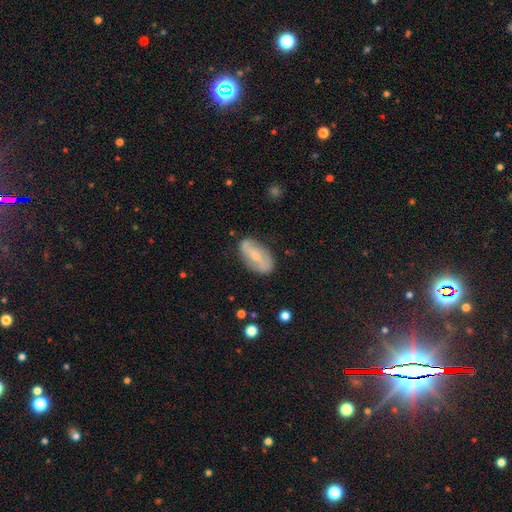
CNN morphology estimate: Smooth or featured?
  - featured or disk: 63% *
  - smooth: 30%
  - star or artifact: 7%
Edge-on disk?
  - no: 90% *
  - yes: 10%
Bar?
  - strong: 41% *
  - weak: 32%
  - no: 27%
Spiral arms?
  - yes: 67% *
  - no: 33%
Bulge size?
  - small: 59% *
  - moderate: 37%
  - none: 2%
  - large: 1%
  - dominant: 1%
Merging?
  - none: 80% *
  - minor disturbance: 15%
  - major disturbance: 4%
  - merger: 2%